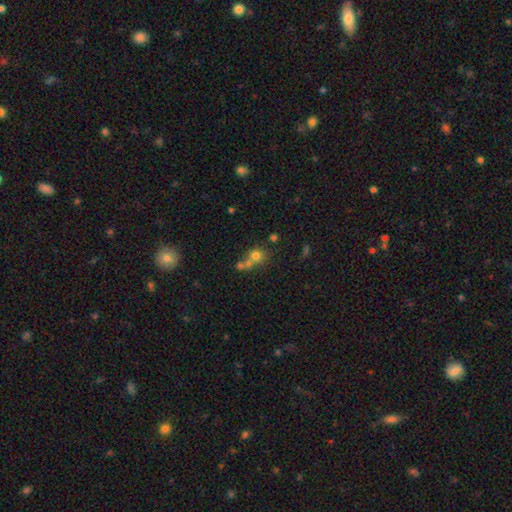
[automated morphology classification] smooth-or-featured: smooth: 67% | star or artifact: 17% | featured or disk: 16%
  how-rounded: round: 83% | in between: 16% | cigar-shaped: 1%
  merging: merger: 45% | none: 42% | minor disturbance: 8% | major disturbance: 5%